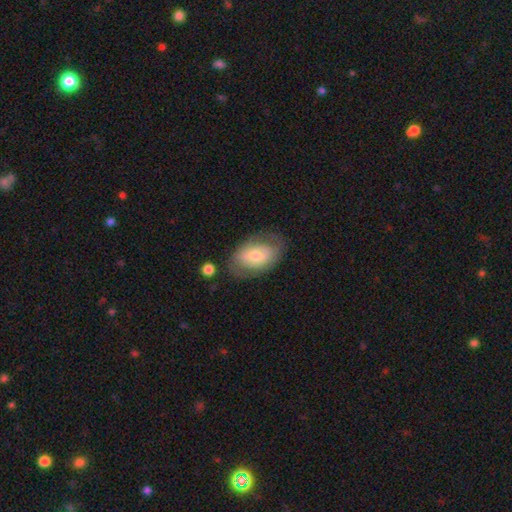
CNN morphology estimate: type=smooth (55%); roundness=in between (88%); merging=none (69%).